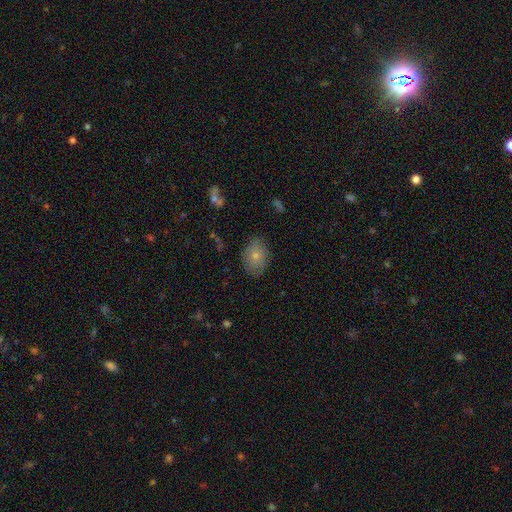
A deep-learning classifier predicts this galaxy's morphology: smooth-or-featured: smooth: 75% | featured or disk: 17% | star or artifact: 8%
  how-rounded: in between: 76% | round: 23% | cigar-shaped: 1%
  merging: none: 79% | minor disturbance: 16% | major disturbance: 4% | merger: 1%